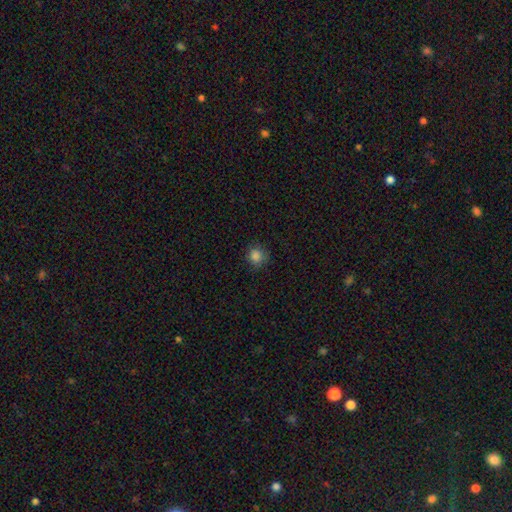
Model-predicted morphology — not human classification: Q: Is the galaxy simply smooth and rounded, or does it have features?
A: smooth — 84%.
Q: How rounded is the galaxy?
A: round — 86%.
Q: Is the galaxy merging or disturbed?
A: none — 83%.